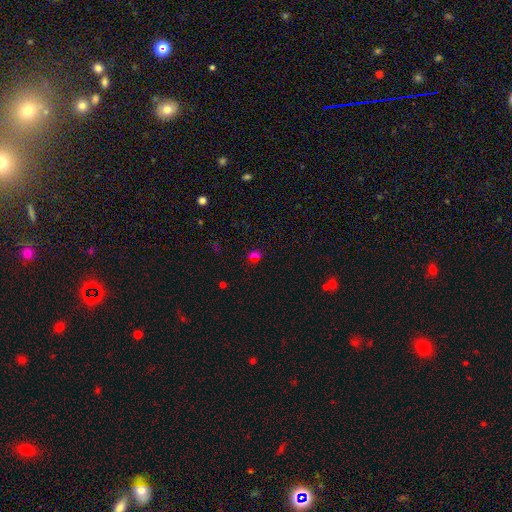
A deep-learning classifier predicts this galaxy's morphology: type=smooth (63%); roundness=round (49%, tied with in between); merging=none (80%).